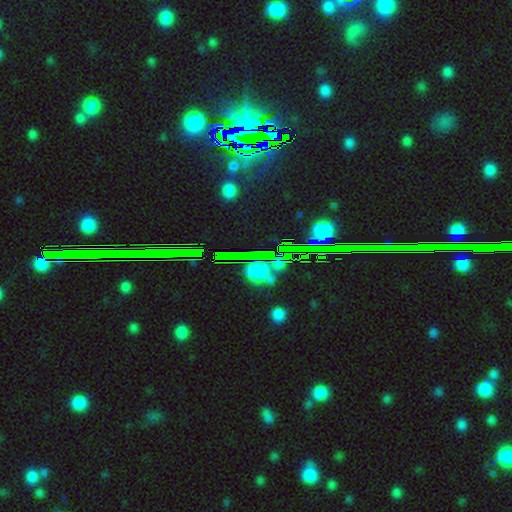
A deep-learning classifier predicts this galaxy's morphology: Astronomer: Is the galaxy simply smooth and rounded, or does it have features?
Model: star or artifact — 77%.